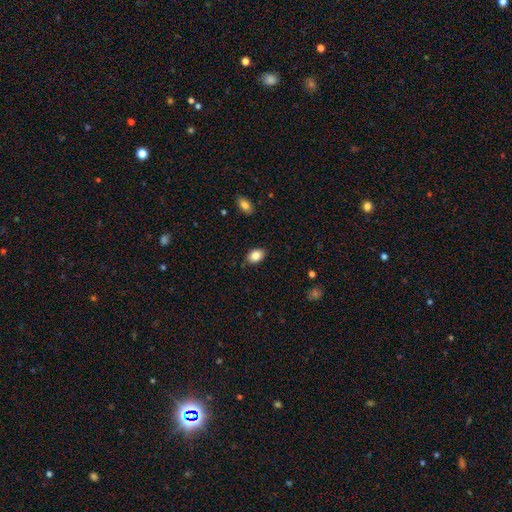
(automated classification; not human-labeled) Smooth or featured? smooth (85%)
How rounded? in between (82%)
Merging? none (86%)